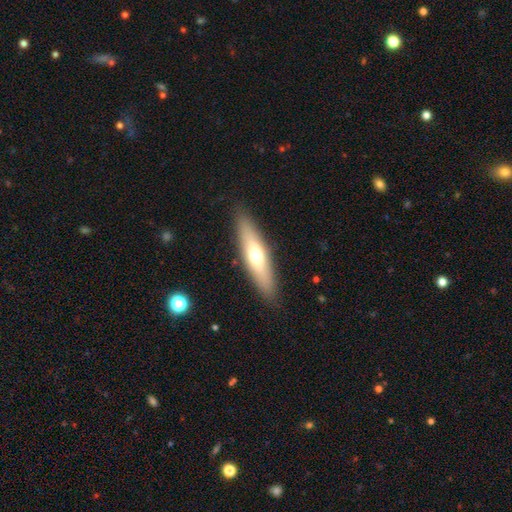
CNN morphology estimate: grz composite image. It shows a smooth galaxy with no disk features (55%) that is cigar-shaped (72%). Merging: none (89%).